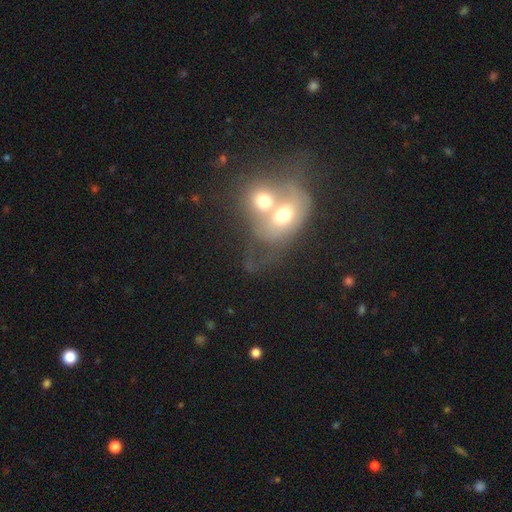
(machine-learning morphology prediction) Smooth or featured: smooth — 46% (featured or disk — 40%)
Merging: merger — 77% (none — 10%)